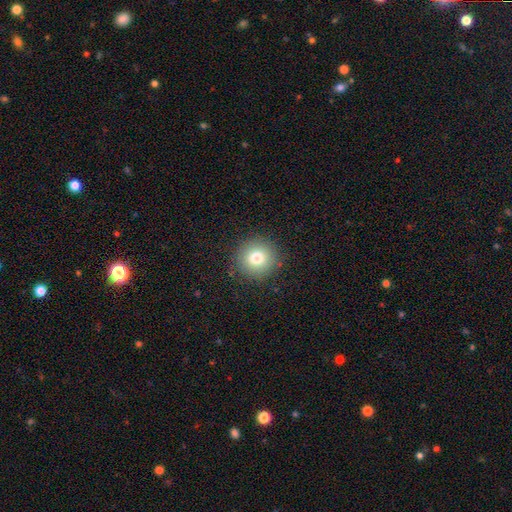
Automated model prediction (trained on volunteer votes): Smooth or featured: smooth — 75% (star or artifact — 16%)
How rounded: round — 95% (in between — 4%)
Merging: none — 92% (minor disturbance — 5%)